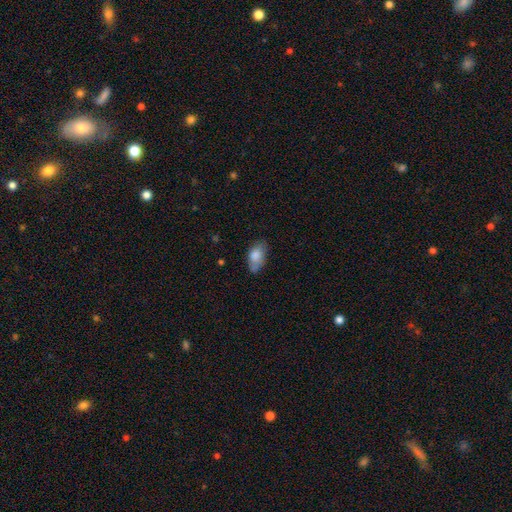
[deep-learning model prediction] Morphology: type=smooth (78%); roundness=in between (92%); merging=none (61%).